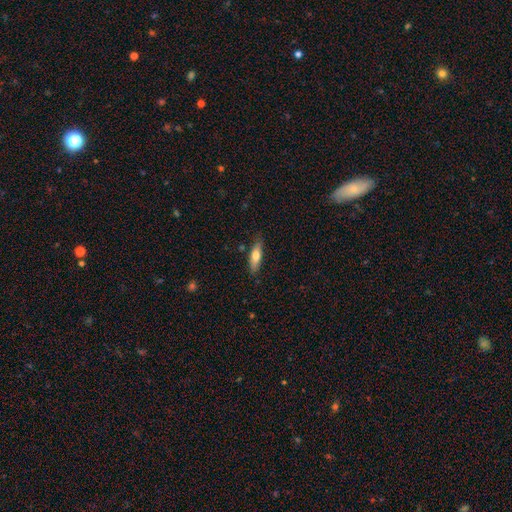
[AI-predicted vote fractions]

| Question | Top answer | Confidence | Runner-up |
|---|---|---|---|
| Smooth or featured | smooth | 68% | featured or disk (26%) |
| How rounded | cigar-shaped | 55% | in between (43%) |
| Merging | none | 81% | minor disturbance (15%) |